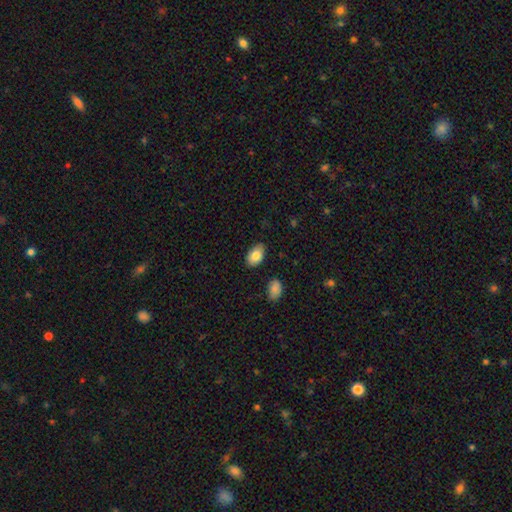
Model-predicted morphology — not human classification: The model was most divided on "merging": none: 84%, minor disturbance: 12%, major disturbance: 2%, merger: 2%. More confident: how rounded — in between (91%); smooth or featured — smooth (83%).